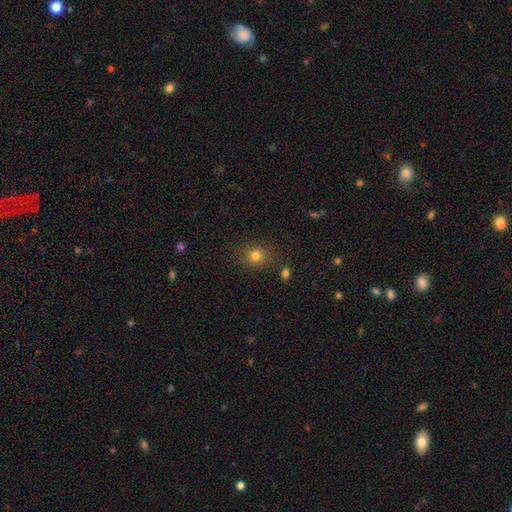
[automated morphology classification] Q: Smooth or featured?
A: smooth (78%); runner-up: star or artifact (15%)
Q: How rounded?
A: round (75%); runner-up: in between (24%)
Q: Merging?
A: none (84%); runner-up: minor disturbance (10%)